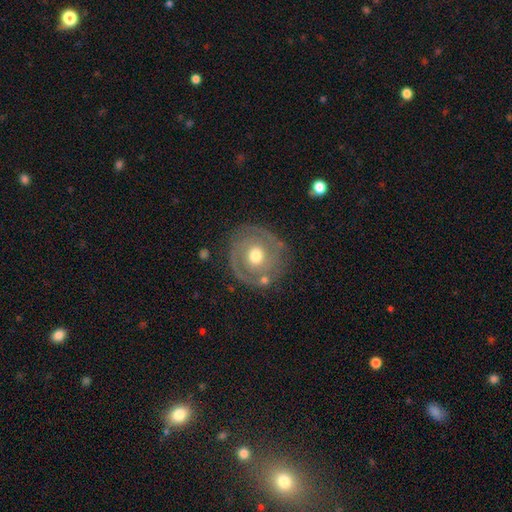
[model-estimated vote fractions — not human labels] Smooth or featured: featured or disk — 65% (smooth — 28%)
Edge-on disk: no — 96% (yes — 4%)
Bar: no — 78% (weak — 18%)
Spiral arms: yes — 64% (no — 36%)
Bulge size: moderate — 75% (large — 12%)
Merging: none — 77% (minor disturbance — 14%)